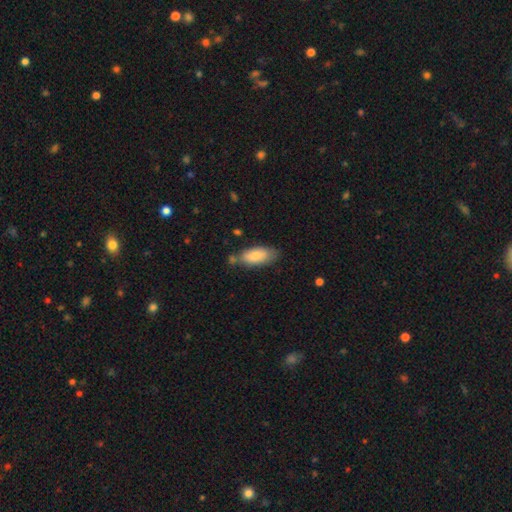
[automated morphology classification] The model was most divided on "merging": none: 65%, minor disturbance: 22%, merger: 8%, major disturbance: 5%. More confident: how rounded — in between (86%); smooth or featured — smooth (81%).